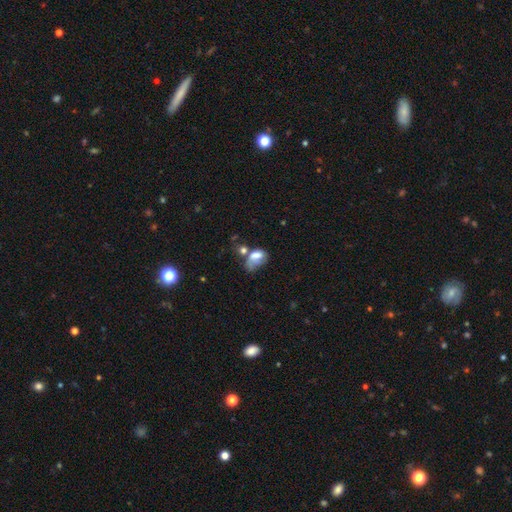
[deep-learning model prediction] Q: Smooth or featured?
A: smooth (64%); runner-up: featured or disk (24%)
Q: How rounded?
A: in between (83%); runner-up: round (16%)
Q: Merging?
A: merger (34%); runner-up: major disturbance (27%)